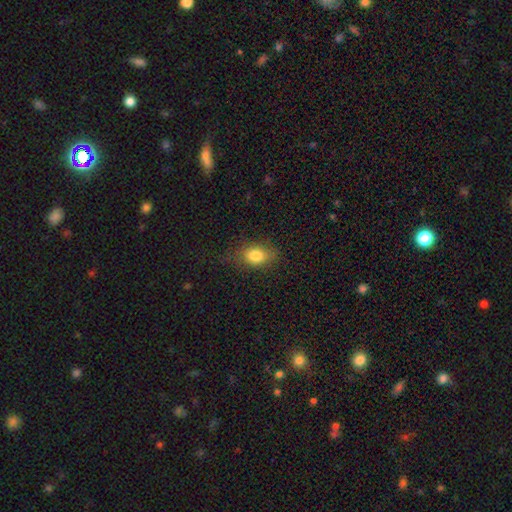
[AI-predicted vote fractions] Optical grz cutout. It shows a smooth galaxy with no disk features (79%) that is in between round and cigar-shaped (69%). Merging: none (69%).